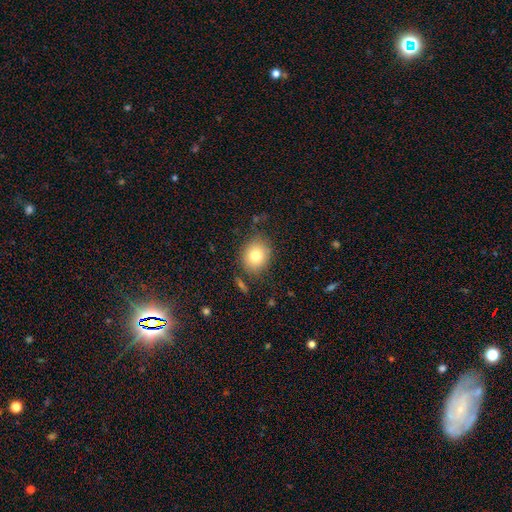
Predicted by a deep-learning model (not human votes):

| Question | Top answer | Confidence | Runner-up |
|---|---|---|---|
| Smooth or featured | smooth | 79% | featured or disk (11%) |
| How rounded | round | 64% | in between (35%) |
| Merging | none | 80% | minor disturbance (13%) |